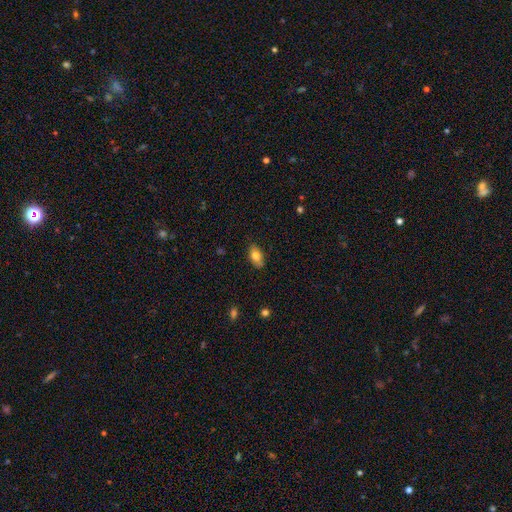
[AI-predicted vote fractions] Smooth or featured?
  - smooth: 77% *
  - featured or disk: 16%
  - star or artifact: 7%
How rounded?
  - in between: 90% *
  - round: 5%
  - cigar-shaped: 5%
Merging?
  - none: 85% *
  - minor disturbance: 11%
  - major disturbance: 2%
  - merger: 1%